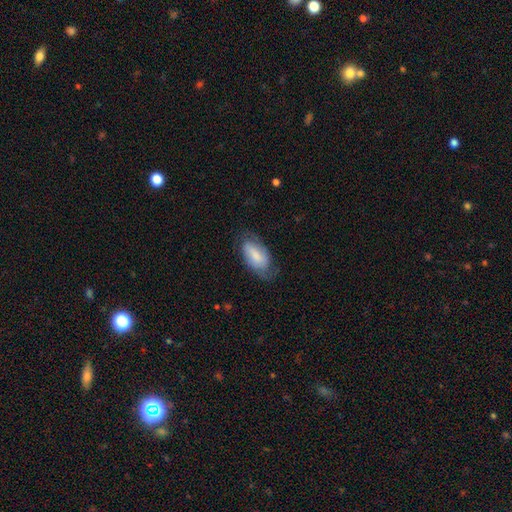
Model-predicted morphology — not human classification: smooth-or-featured: smooth: 61% | featured or disk: 32% | star or artifact: 7%
  how-rounded: in between: 93% | round: 4% | cigar-shaped: 4%
  merging: none: 61% | minor disturbance: 26% | major disturbance: 12% | merger: 1%